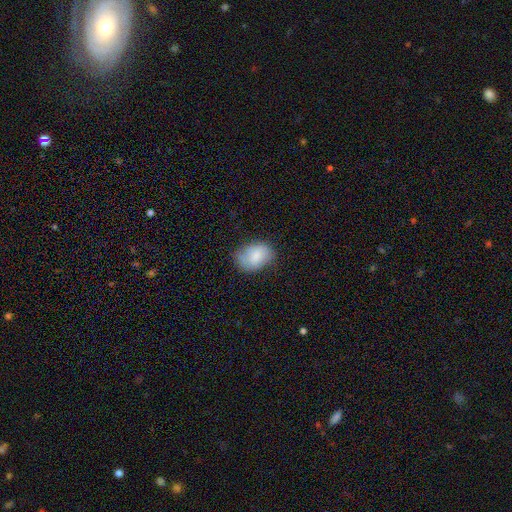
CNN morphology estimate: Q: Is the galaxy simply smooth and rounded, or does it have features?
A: smooth — 80%.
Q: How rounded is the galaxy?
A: in between — 81%.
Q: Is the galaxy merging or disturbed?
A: none — 65%.